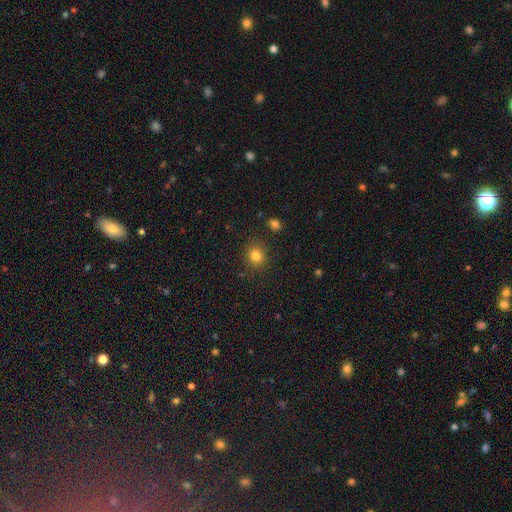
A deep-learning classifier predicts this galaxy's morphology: type=smooth (82%); roundness=round (82%); merging=none (88%).